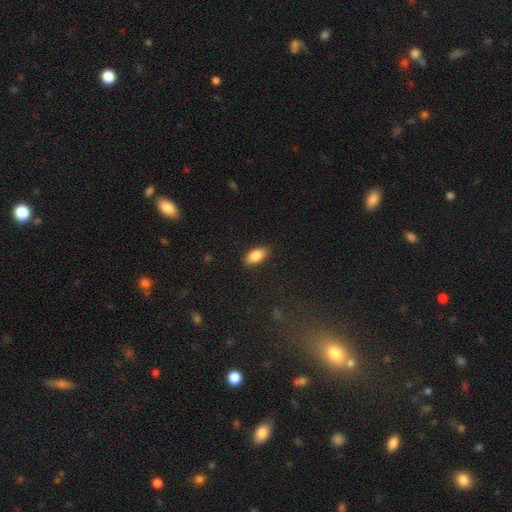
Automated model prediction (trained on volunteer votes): smooth 86%, featured or disk 7%, star or artifact 7%. Down the decision tree: how rounded — in between (91%); merging — none (87%).